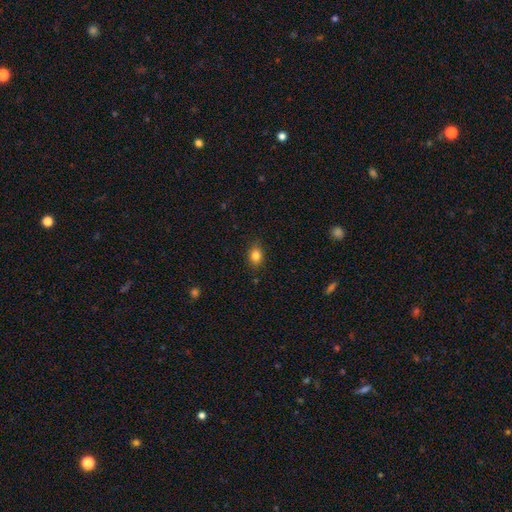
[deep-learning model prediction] Morphology: type=smooth (83%); roundness=in between (63%); merging=none (84%).